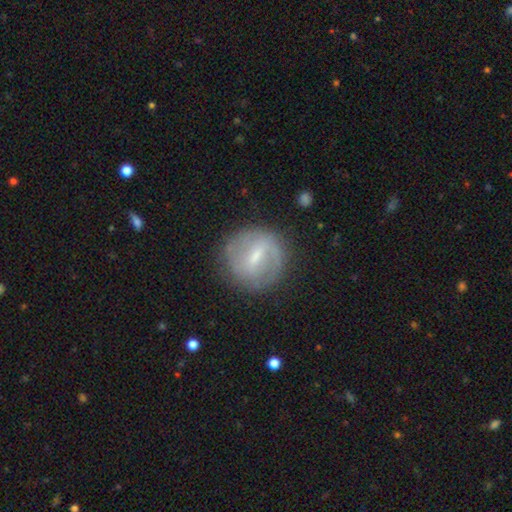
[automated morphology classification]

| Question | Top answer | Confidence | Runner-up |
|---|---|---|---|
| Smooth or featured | featured or disk | 65% | smooth (28%) |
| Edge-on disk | no | 96% | yes (4%) |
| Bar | weak | 53% | strong (35%) |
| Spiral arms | yes | 69% | no (31%) |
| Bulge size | small | 56% | moderate (34%) |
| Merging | none | 78% | minor disturbance (14%) |